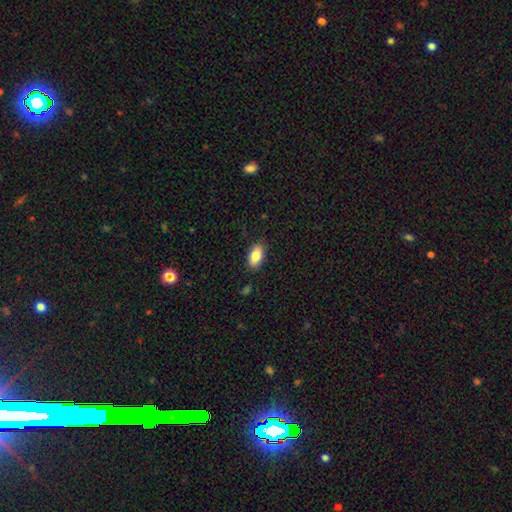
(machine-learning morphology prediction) The model was most divided on "smooth or featured": smooth: 85%, featured or disk: 8%, star or artifact: 7%. More confident: how rounded — in between (92%); merging — none (87%).